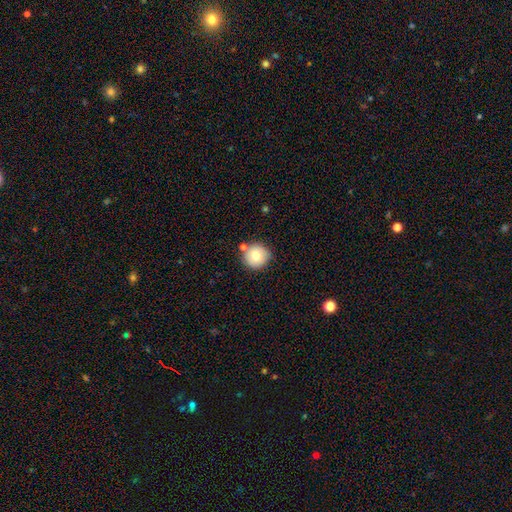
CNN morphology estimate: smooth_or_featured: smooth (p=0.75) [alt: featured or disk p=0.16]
how_rounded: round (p=0.94) [alt: in between p=0.06]
merging: none (p=0.76) [alt: minor disturbance p=0.11]